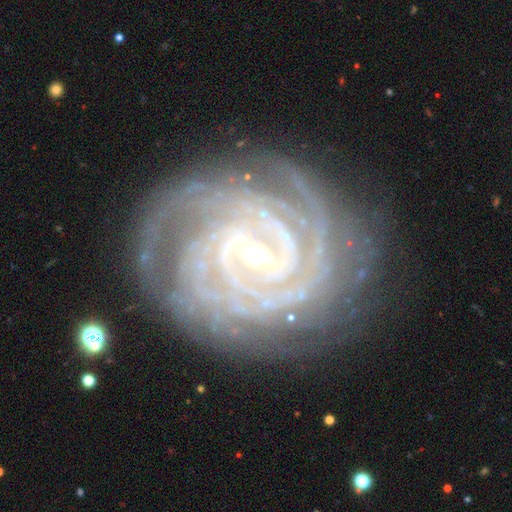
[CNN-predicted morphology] smooth_or_featured: featured or disk (p=0.93) [alt: star or artifact p=0.04]
disk_edge_on: no (p=0.97) [alt: yes p=0.03]
bar: weak (p=0.42) [alt: strong p=0.40]
has_spiral_arms: yes (p=0.98) [alt: no p=0.02]
spiral_winding: tight (p=0.79) [alt: medium p=0.18]
spiral_arm_count: 2 (p=0.23) [alt: 3 p=0.20]
bulge_size: small (p=0.54) [alt: moderate p=0.42]
merging: none (p=0.77) [alt: minor disturbance p=0.16]